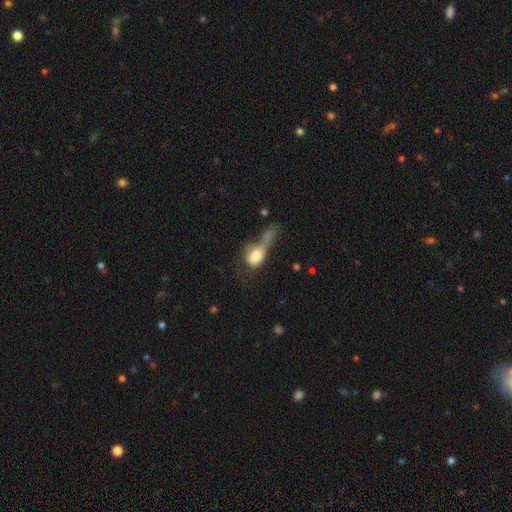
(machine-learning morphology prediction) Smooth or featured? smooth (72%)
How rounded? in between (59%)
Merging? merger (39%)